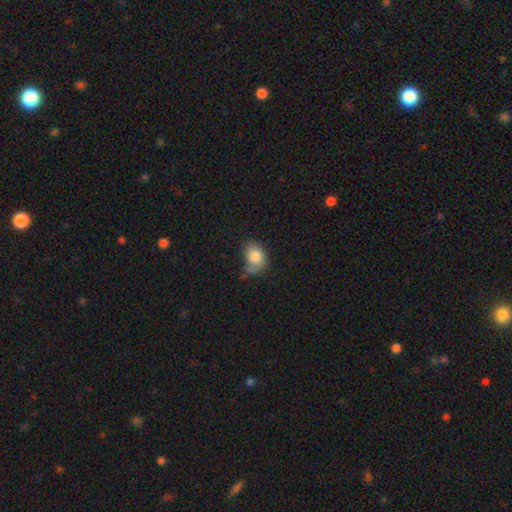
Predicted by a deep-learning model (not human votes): smooth-or-featured: smooth: 83% | featured or disk: 9% | star or artifact: 8%
  how-rounded: in between: 68% | round: 31% | cigar-shaped: 1%
  merging: none: 42% | minor disturbance: 32% | major disturbance: 16% | merger: 10%